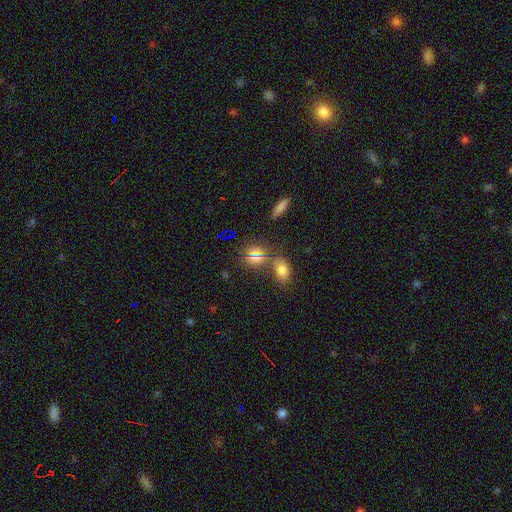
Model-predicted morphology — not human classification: smooth 61%, star or artifact 29%, featured or disk 10%. Down the decision tree: how rounded — round (53%); merging — none (55%).